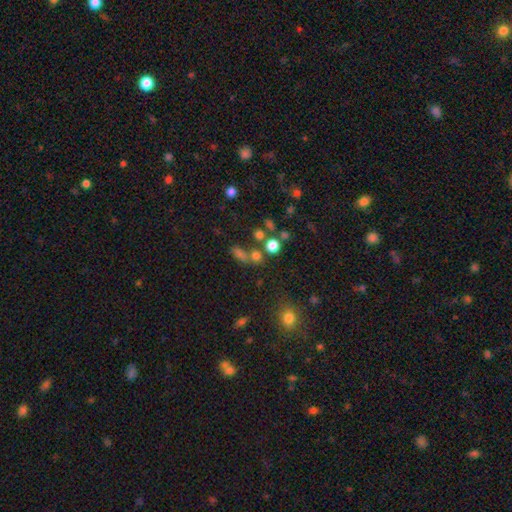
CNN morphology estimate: Smooth or featured: smooth — 70% (star or artifact — 21%)
How rounded: round — 71% (in between — 26%)
Merging: none — 59% (merger — 24%)